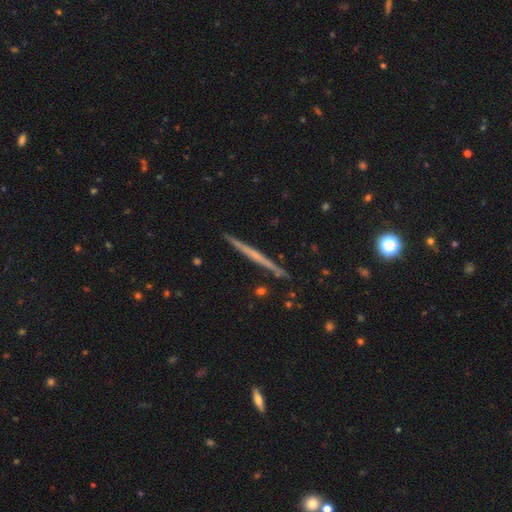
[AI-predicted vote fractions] Smooth or featured? Predicted: featured or disk (p=0.62). Edge-on disk? Predicted: yes (p=0.98). Edge-on bulge? Predicted: none (p=0.82). Merging? Predicted: none (p=0.91).